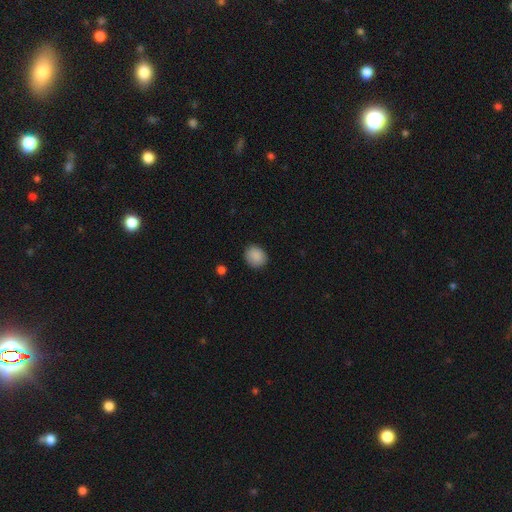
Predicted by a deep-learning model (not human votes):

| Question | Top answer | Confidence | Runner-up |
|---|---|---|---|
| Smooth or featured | smooth | 89% | star or artifact (8%) |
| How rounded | round | 71% | in between (28%) |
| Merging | none | 87% | minor disturbance (9%) |